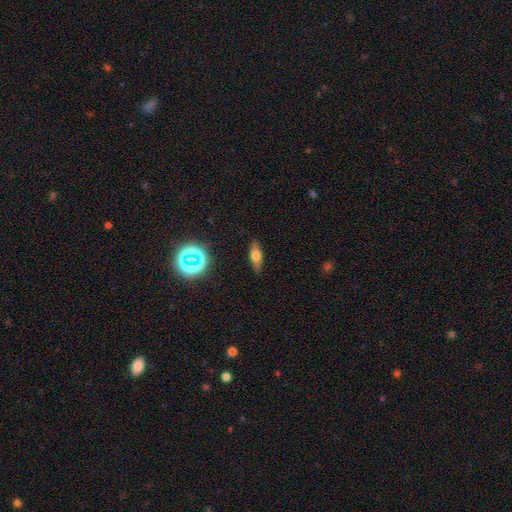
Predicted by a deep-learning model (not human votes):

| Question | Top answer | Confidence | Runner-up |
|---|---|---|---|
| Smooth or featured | smooth | 53% | featured or disk (33%) |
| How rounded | in between | 55% | cigar-shaped (38%) |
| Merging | none | 85% | minor disturbance (11%) |